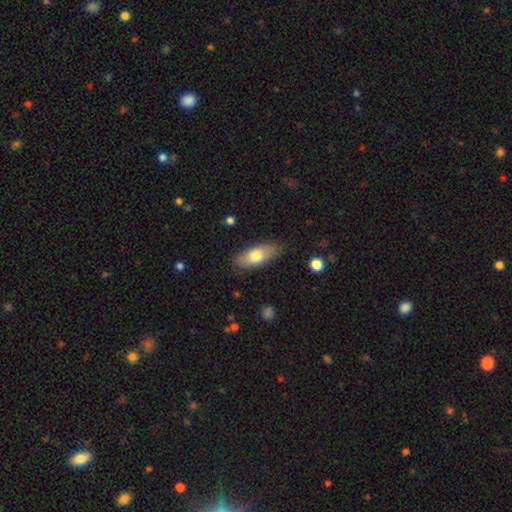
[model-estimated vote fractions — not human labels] Smooth or featured: smooth — 71% (featured or disk — 23%)
How rounded: in between — 77% (cigar-shaped — 20%)
Merging: none — 85% (minor disturbance — 11%)